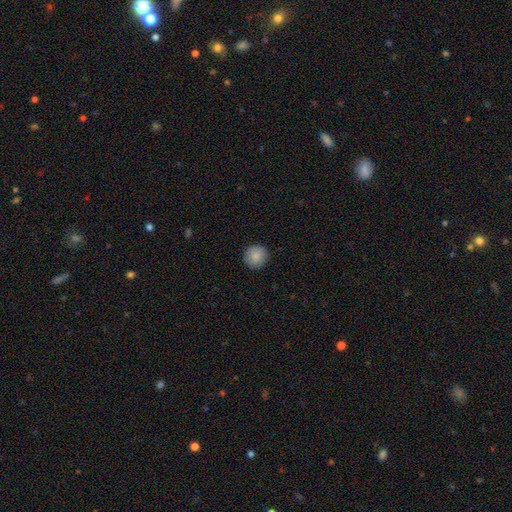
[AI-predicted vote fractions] The model was most divided on "smooth or featured": smooth: 88%, star or artifact: 8%, featured or disk: 5%. More confident: how rounded — round (94%); merging — none (91%).